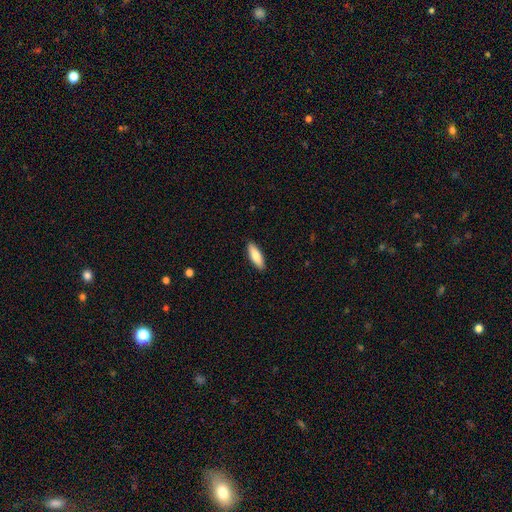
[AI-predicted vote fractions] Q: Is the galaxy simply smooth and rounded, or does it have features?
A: smooth — 80%.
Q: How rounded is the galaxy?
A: in between — 56%.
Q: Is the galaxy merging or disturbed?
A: none — 90%.